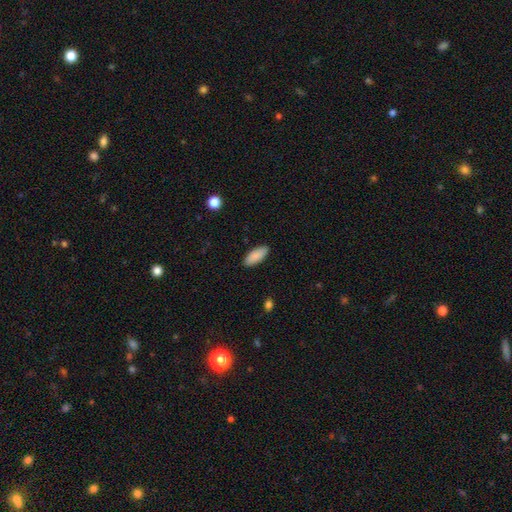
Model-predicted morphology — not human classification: Q: Smooth or featured?
A: smooth (89%); runner-up: star or artifact (6%)
Q: How rounded?
A: in between (81%); runner-up: cigar-shaped (17%)
Q: Merging?
A: none (88%); runner-up: minor disturbance (9%)